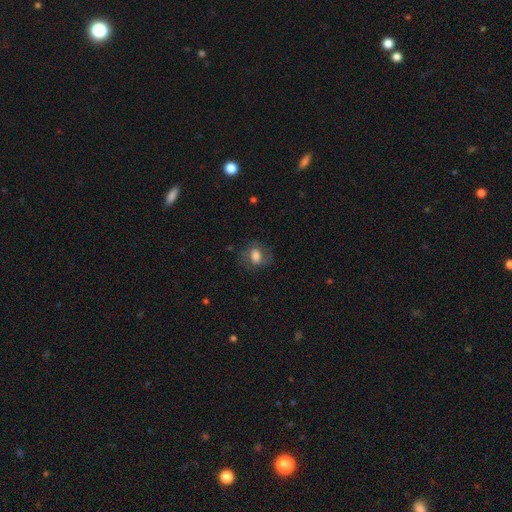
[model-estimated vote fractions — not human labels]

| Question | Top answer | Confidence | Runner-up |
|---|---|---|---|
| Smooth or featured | smooth | 65% | featured or disk (26%) |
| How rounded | in between | 65% | round (33%) |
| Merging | none | 67% | minor disturbance (20%) |